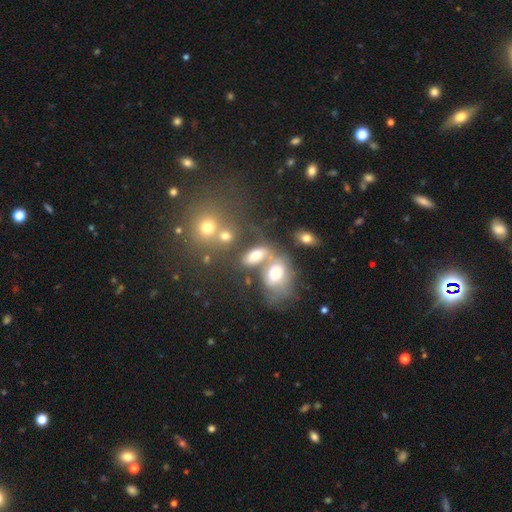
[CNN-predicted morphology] A smooth galaxy with no disk features (63%) that is in between round and cigar-shaped (84%).

Vote fractions:
- Smooth or featured? smooth: 63% / featured or disk: 24% / star or artifact: 13%
- How rounded? in between: 84% / round: 11% / cigar-shaped: 5%
- Merging? merger: 49% / none: 29% / minor disturbance: 12% / major disturbance: 10%